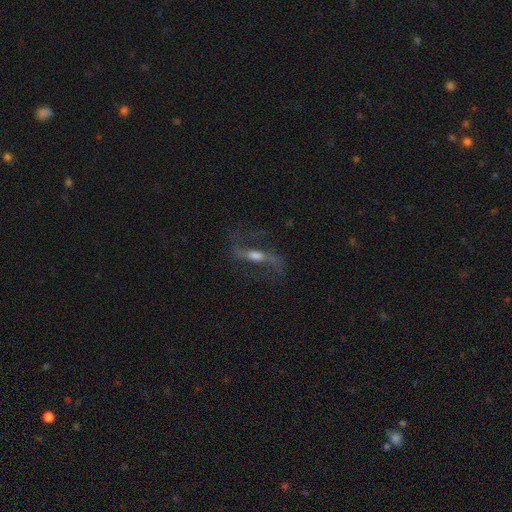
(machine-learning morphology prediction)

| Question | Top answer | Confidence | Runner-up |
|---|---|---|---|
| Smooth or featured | featured or disk | 82% | star or artifact (10%) |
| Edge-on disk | no | 80% | yes (20%) |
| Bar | strong | 48% | weak (33%) |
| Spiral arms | yes | 93% | no (7%) |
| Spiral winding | loose | 69% | medium (24%) |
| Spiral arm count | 2 | 91% | can't tell (3%) |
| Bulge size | moderate | 56% | small (32%) |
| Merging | none | 75% | minor disturbance (13%) |